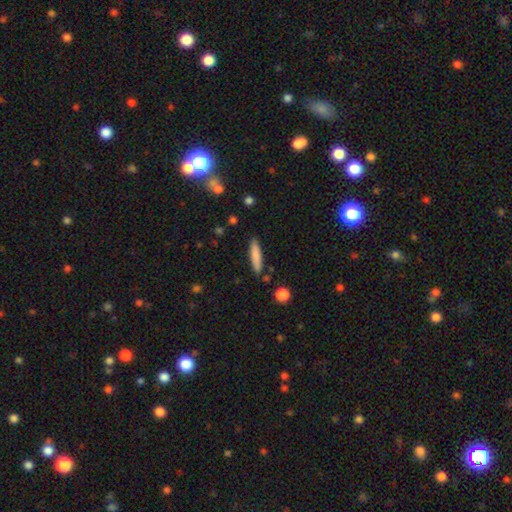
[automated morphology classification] A smooth galaxy with no disk features (81%) that is cigar-shaped (86%). Merging: none (86%).